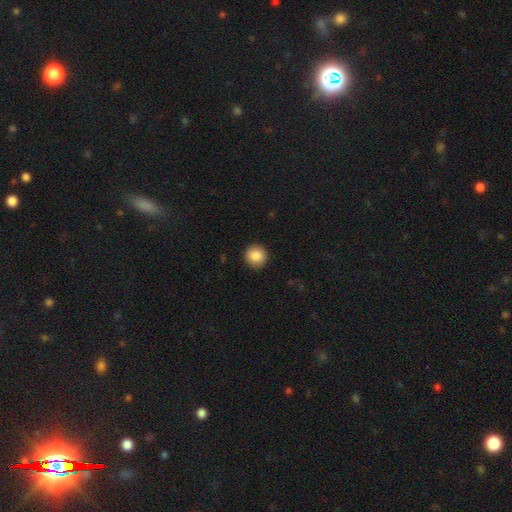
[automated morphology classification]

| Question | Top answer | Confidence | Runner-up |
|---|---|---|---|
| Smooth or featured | smooth | 88% | star or artifact (8%) |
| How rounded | round | 92% | in between (7%) |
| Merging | none | 92% | minor disturbance (6%) |